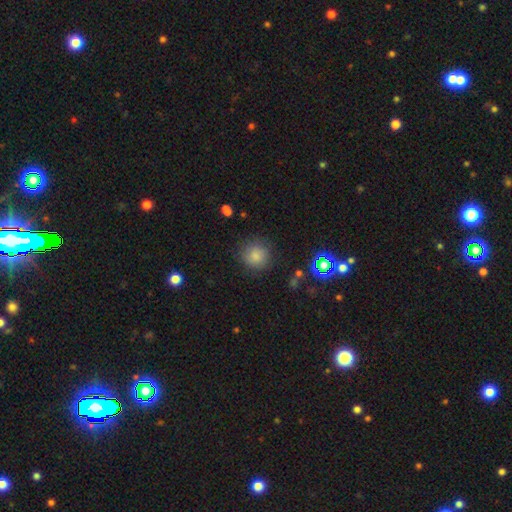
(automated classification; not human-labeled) Overall: smooth (83%). How rounded: round (91%). Merging: none (85%).